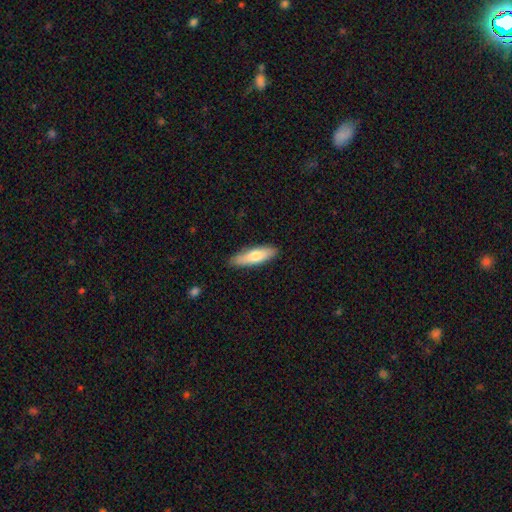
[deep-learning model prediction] smooth-or-featured: smooth: 71% | featured or disk: 24% | star or artifact: 5%
  how-rounded: cigar-shaped: 57% | in between: 41% | round: 2%
  merging: none: 85% | minor disturbance: 11% | major disturbance: 2% | merger: 1%